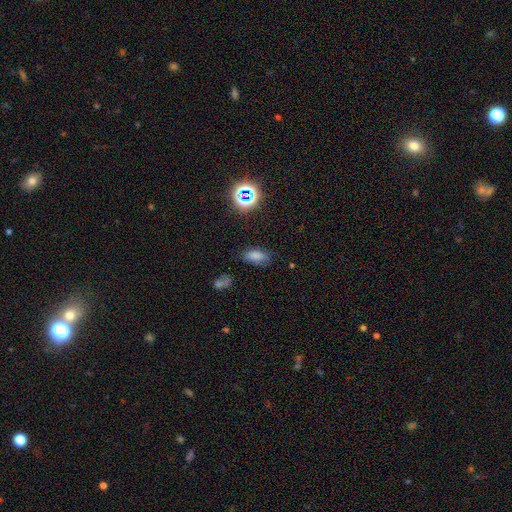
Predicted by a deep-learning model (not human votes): Smooth or featured: smooth — 75% (star or artifact — 18%)
How rounded: in between — 90% (round — 5%)
Merging: none — 79% (minor disturbance — 14%)